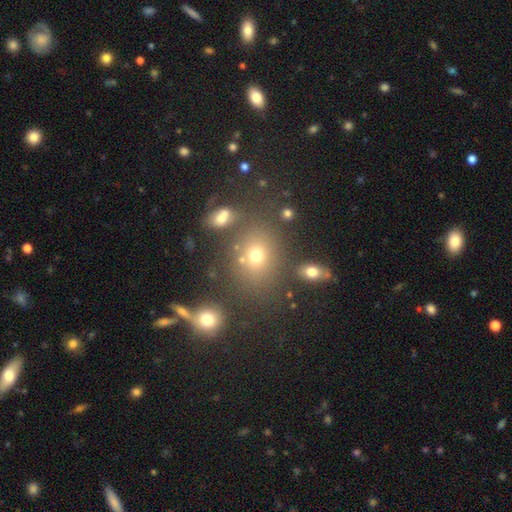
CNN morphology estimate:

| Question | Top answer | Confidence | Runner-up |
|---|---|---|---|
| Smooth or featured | smooth | 68% | star or artifact (19%) |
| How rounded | round | 57% | in between (42%) |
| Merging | none | 69% | minor disturbance (13%) |